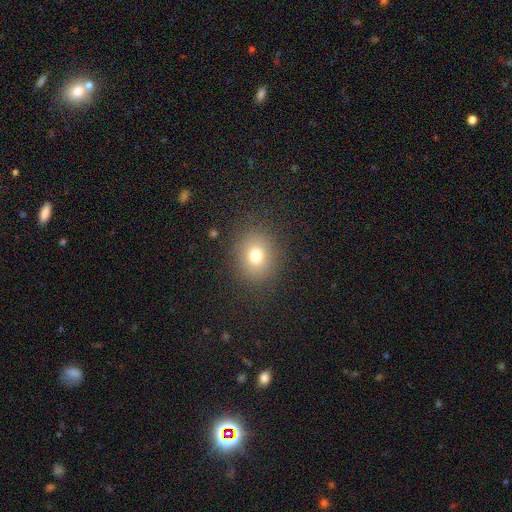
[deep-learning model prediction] A smooth galaxy with no disk features (74%) that is round (65%). Merging: none (86%).